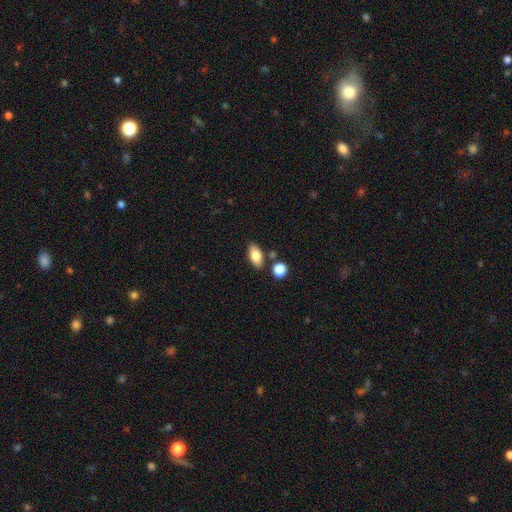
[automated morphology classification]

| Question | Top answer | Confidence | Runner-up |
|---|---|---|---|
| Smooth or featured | smooth | 80% | featured or disk (12%) |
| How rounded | in between | 89% | cigar-shaped (6%) |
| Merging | none | 79% | minor disturbance (10%) |